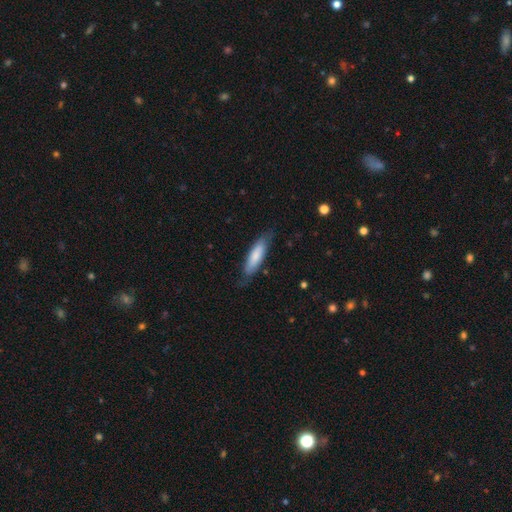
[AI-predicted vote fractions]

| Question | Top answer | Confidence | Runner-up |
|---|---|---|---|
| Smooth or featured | smooth | 74% | featured or disk (21%) |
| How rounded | cigar-shaped | 58% | in between (40%) |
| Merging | none | 74% | minor disturbance (20%) |